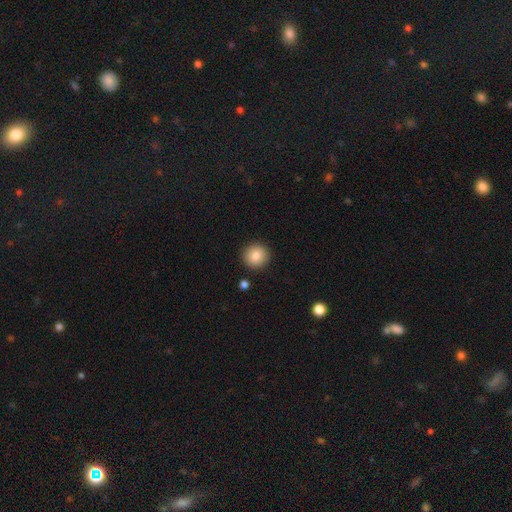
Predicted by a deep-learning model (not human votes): Morphology: type=smooth (85%); roundness=round (92%); merging=none (90%).